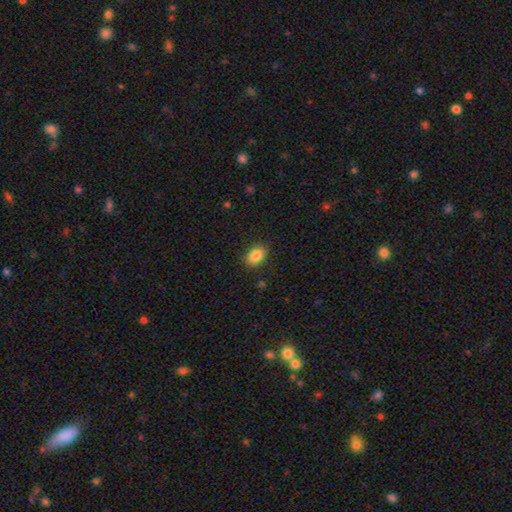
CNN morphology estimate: Smooth or featured?
  - smooth: 86% *
  - star or artifact: 8%
  - featured or disk: 5%
How rounded?
  - in between: 81% *
  - round: 18%
  - cigar-shaped: 1%
Merging?
  - none: 86% *
  - minor disturbance: 10%
  - major disturbance: 3%
  - merger: 1%